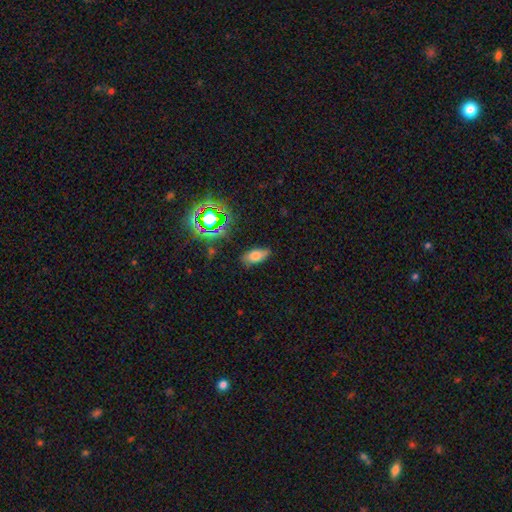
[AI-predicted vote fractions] Morphology: type=smooth (70%); roundness=in between (85%); merging=none (80%).